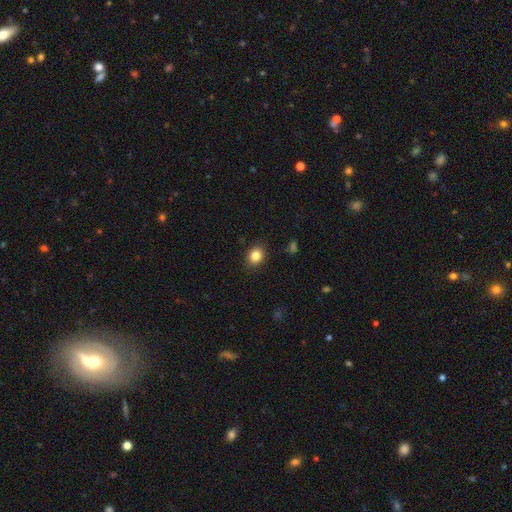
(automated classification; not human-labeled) Q: Smooth or featured?
A: smooth (84%); runner-up: star or artifact (11%)
Q: How rounded?
A: round (62%); runner-up: in between (37%)
Q: Merging?
A: none (89%); runner-up: minor disturbance (8%)